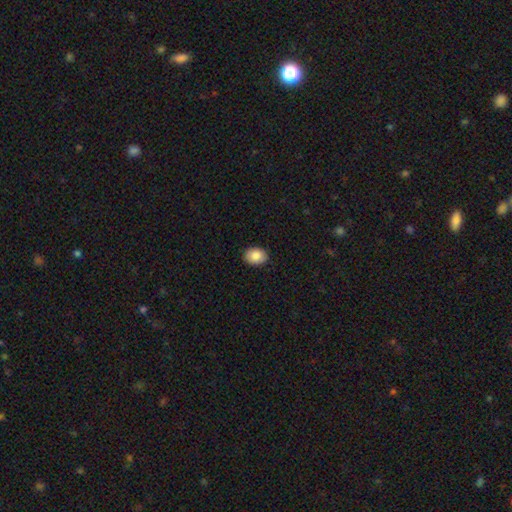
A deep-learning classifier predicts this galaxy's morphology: Smooth or featured? smooth (86%)
How rounded? in between (62%)
Merging? none (90%)